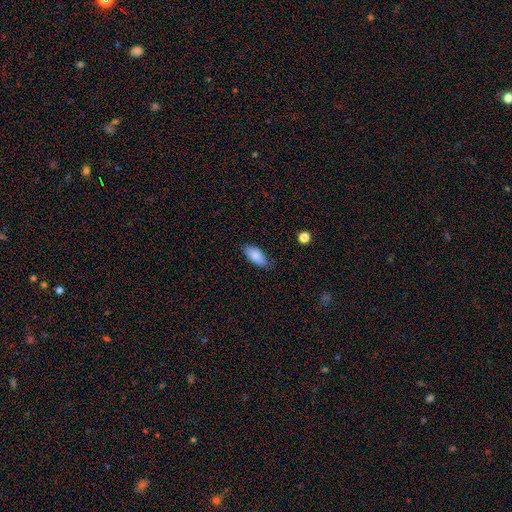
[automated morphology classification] Smooth or featured? smooth (82%)
How rounded? in between (89%)
Merging? none (76%)